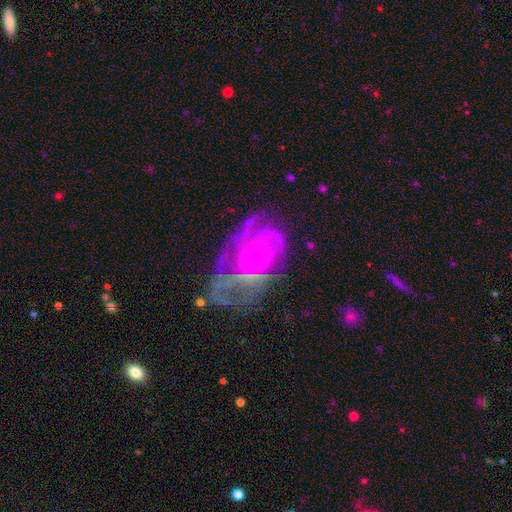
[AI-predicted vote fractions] A featured or disk galaxy (84%) with no bar (75%), tight (65%) spiral arms (89%) and a small central bulge (79%).

Vote fractions:
- Smooth or featured? featured or disk: 84% / smooth: 9% / star or artifact: 7%
- Edge-on disk? no: 97% / yes: 3%
- Bar? no: 75% / weak: 20% / strong: 5%
- Spiral arms? yes: 89% / no: 11%
- Spiral winding? tight: 65% / medium: 27% / loose: 8%
- Spiral arm count? can't tell: 38% / 3: 19% / 2: 18% / 4: 12% / more than 4: 7% / 1: 6%
- Bulge size? small: 79% / moderate: 16% / none: 3% / large: 1% / dominant: 1%
- Merging? none: 43% / major disturbance: 25% / minor disturbance: 23% / merger: 8%